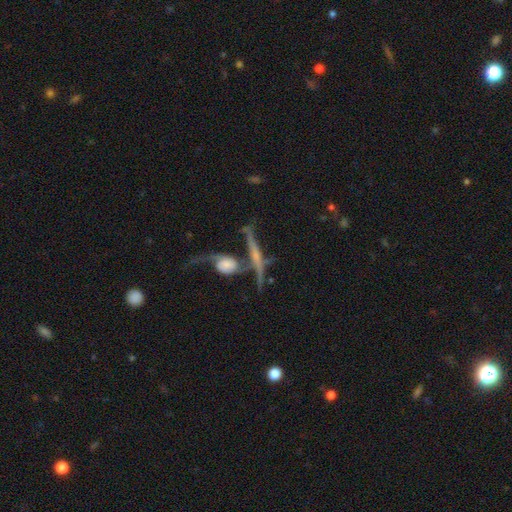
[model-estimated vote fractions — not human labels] smooth_or_featured: featured or disk (p=0.76) [alt: smooth p=0.14]
disk_edge_on: yes (p=0.81) [alt: no p=0.19]
edge_on_bulge: rounded (p=0.63) [alt: none p=0.24]
merging: none (p=0.50) [alt: merger p=0.24]